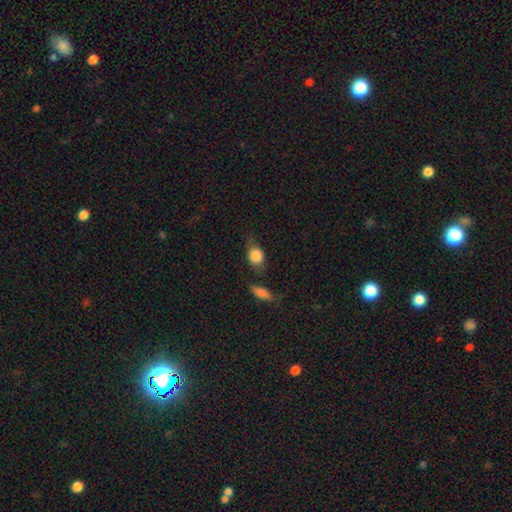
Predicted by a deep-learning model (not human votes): Smooth or featured? Predicted: smooth (p=0.79). How rounded? Predicted: round (p=0.49). Merging? Predicted: none (p=0.61).